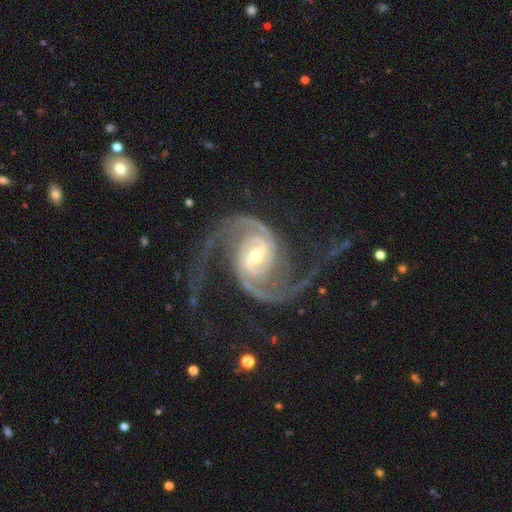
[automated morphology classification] Smooth or featured: featured or disk — 94% (star or artifact — 4%)
Edge-on disk: no — 98% (yes — 2%)
Bar: weak — 44% (strong — 38%)
Spiral arms: yes — 99% (no — 1%)
Spiral winding: medium — 52% (loose — 27%)
Spiral arm count: 2 — 88% (3 — 4%)
Bulge size: moderate — 55% (small — 39%)
Merging: none — 66% (major disturbance — 18%)